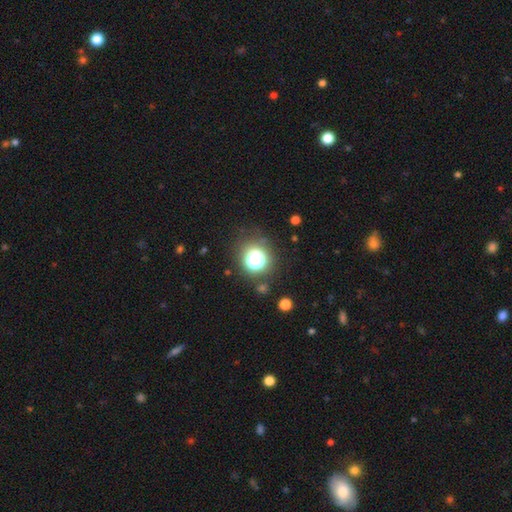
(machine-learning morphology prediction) Smooth or featured: smooth — 46% (star or artifact — 44%)
Merging: none — 73% (minor disturbance — 12%)